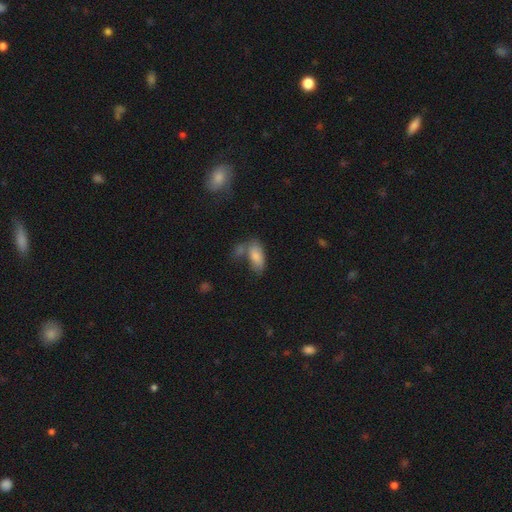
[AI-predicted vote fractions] Q: Smooth or featured?
A: smooth (81%); runner-up: featured or disk (11%)
Q: How rounded?
A: in between (90%); runner-up: cigar-shaped (7%)
Q: Merging?
A: none (41%); runner-up: merger (32%)